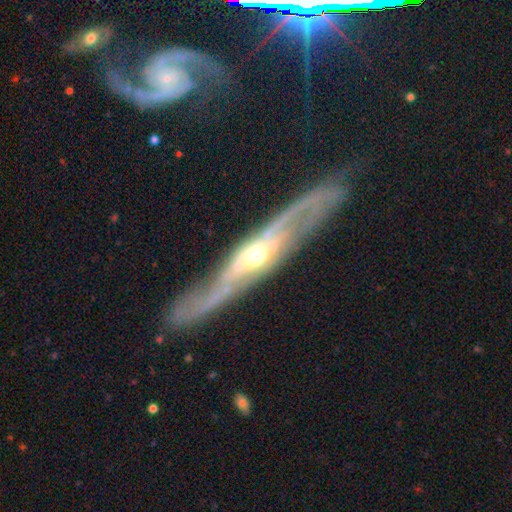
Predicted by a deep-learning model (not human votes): This appears to be a featured or disk galaxy (87%). Merging: none (81%).